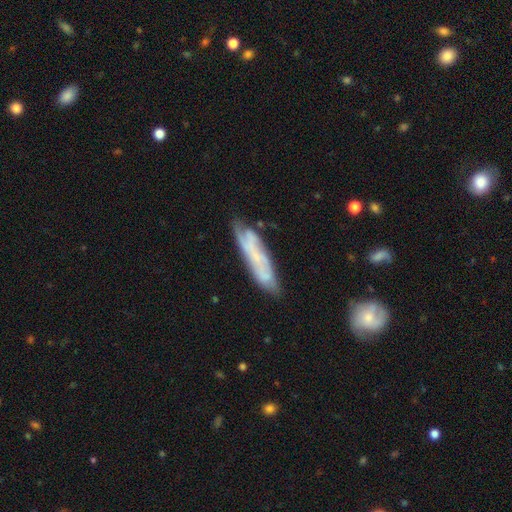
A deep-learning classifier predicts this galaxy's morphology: featured or disk 51%, smooth 41%, star or artifact 8%. Down the decision tree: edge-on disk — no (59%); merging — none (64%).